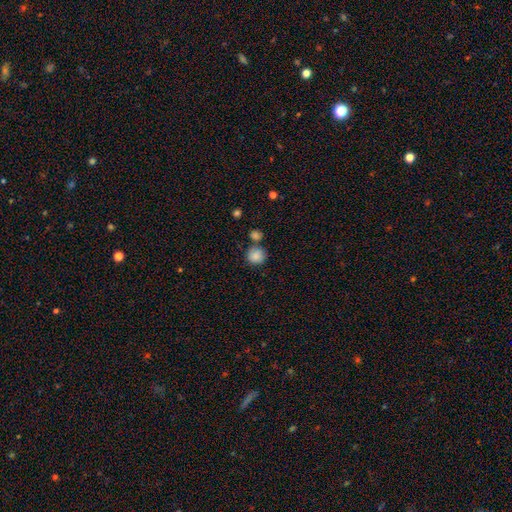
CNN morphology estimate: type=smooth (86%); roundness=round (87%); merging=none (66%).